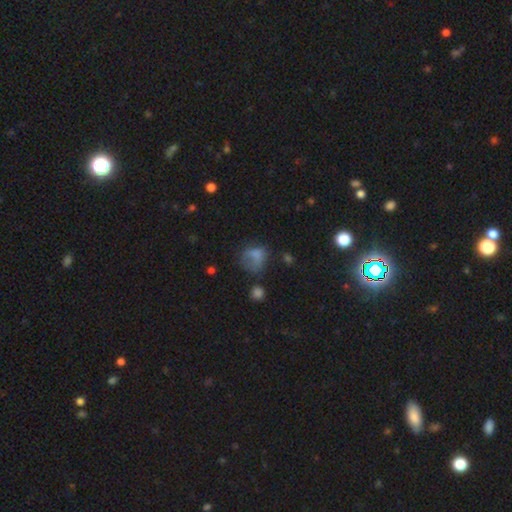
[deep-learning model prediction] The model was most divided on "merging": none: 34%, major disturbance: 33%, minor disturbance: 25%, merger: 8%. More confident: smooth or featured — smooth (68%); how rounded — round (52%).